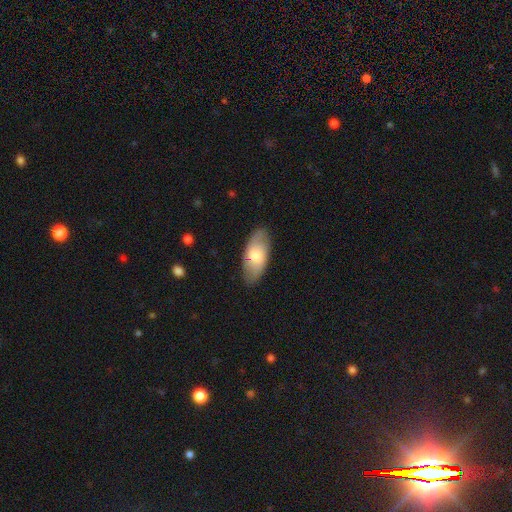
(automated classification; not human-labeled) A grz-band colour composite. It shows a smooth galaxy with no disk features (68%) that is in between round and cigar-shaped (90%). Merging: none (82%).